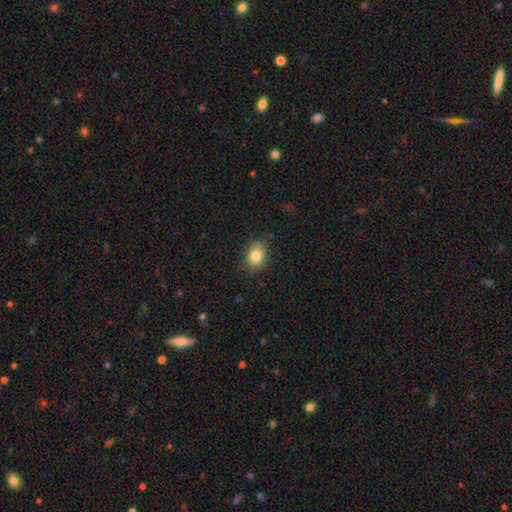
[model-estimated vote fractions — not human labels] A smooth galaxy with no disk features (83%) that is in between round and cigar-shaped (55%).

Vote fractions:
- Smooth or featured? smooth: 83% / star or artifact: 9% / featured or disk: 8%
- How rounded? in between: 55% / round: 44% / cigar-shaped: 1%
- Merging? none: 82% / minor disturbance: 14% / major disturbance: 3% / merger: 1%